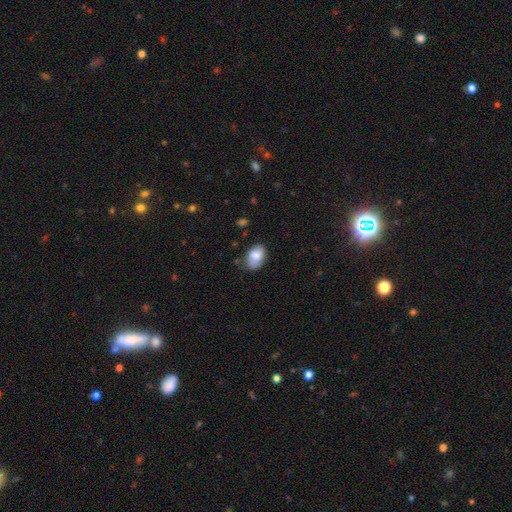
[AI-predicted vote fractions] Smooth or featured: smooth — 83% (featured or disk — 10%)
How rounded: in between — 86% (round — 12%)
Merging: none — 69% (minor disturbance — 24%)